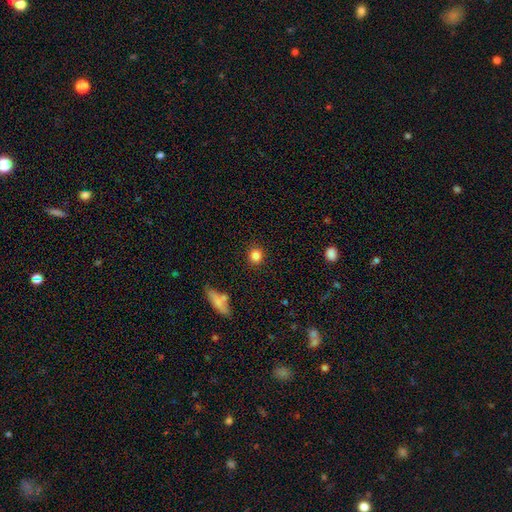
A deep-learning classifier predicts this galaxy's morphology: smooth 84%, star or artifact 10%, featured or disk 5%. Down the decision tree: how rounded — round (85%); merging — none (89%).